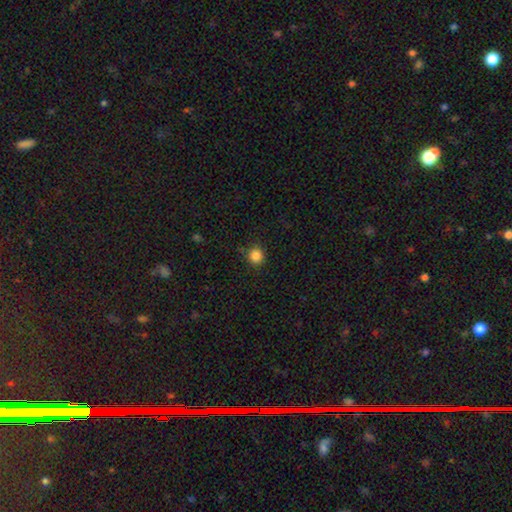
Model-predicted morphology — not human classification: smooth_or_featured: smooth (p=0.85) [alt: star or artifact p=0.12]
how_rounded: round (p=0.90) [alt: in between p=0.09]
merging: none (p=0.88) [alt: minor disturbance p=0.09]